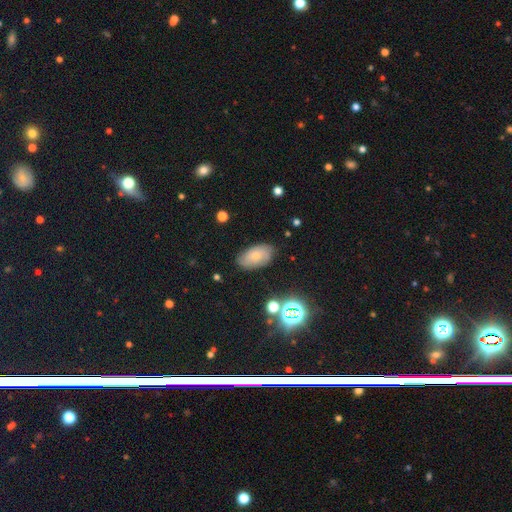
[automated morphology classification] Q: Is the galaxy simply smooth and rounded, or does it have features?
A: smooth — 54%.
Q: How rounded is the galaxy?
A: in between — 93%.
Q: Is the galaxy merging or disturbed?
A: none — 78%.